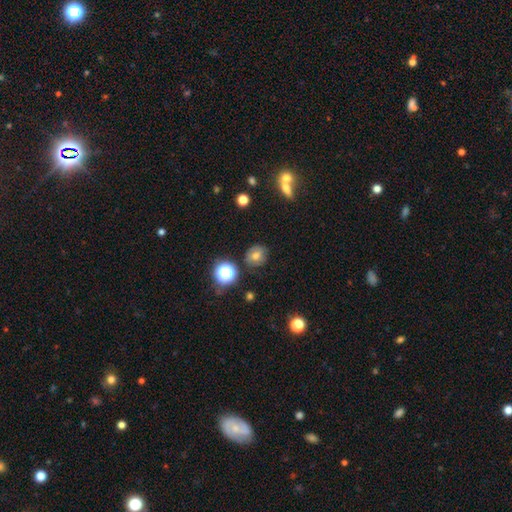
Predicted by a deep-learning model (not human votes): Q: Smooth or featured?
A: smooth (60%); runner-up: star or artifact (21%)
Q: How rounded?
A: round (78%); runner-up: in between (20%)
Q: Merging?
A: none (81%); runner-up: minor disturbance (12%)